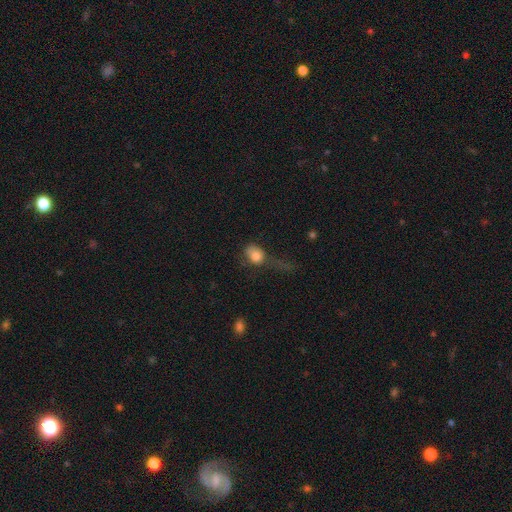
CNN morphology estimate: This appears to be a smooth galaxy with no disk features (79%) that is in between round and cigar-shaped (57%). Merging: major disturbance (46%).